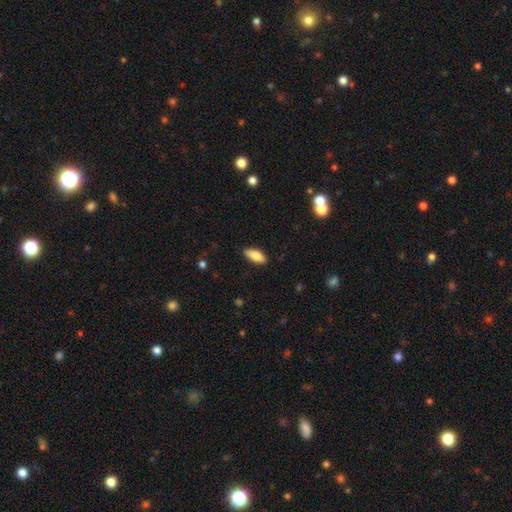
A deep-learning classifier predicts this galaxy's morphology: Smooth or featured: smooth — 81% (featured or disk — 12%)
How rounded: in between — 79% (cigar-shaped — 18%)
Merging: none — 88% (minor disturbance — 9%)